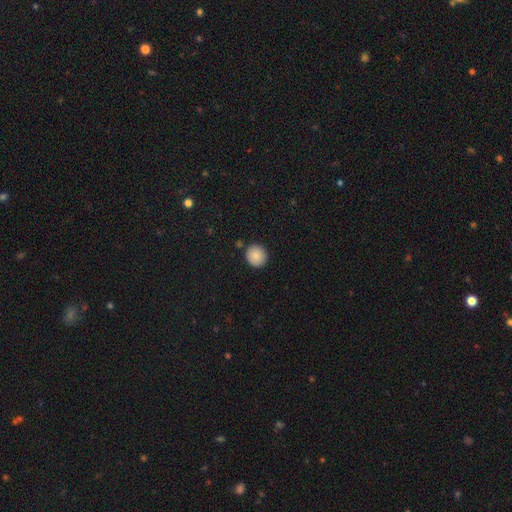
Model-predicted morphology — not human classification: Overall: smooth (88%). How rounded: round (92%). Merging: none (89%).